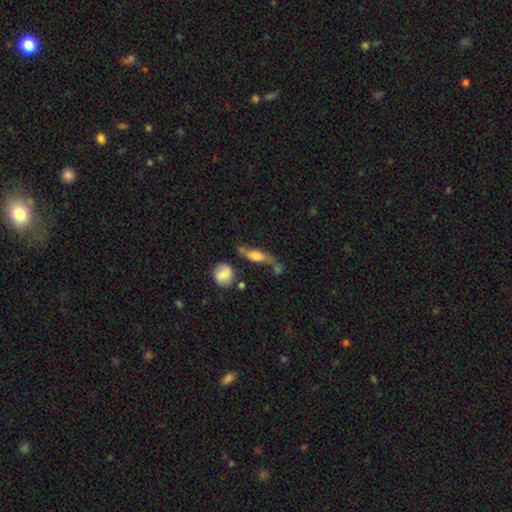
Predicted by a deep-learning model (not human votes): The model was most divided on "smooth or featured" (2-way tie): smooth: 45%, featured or disk: 45%, star or artifact: 9%. Remaining: merging — none (45%).